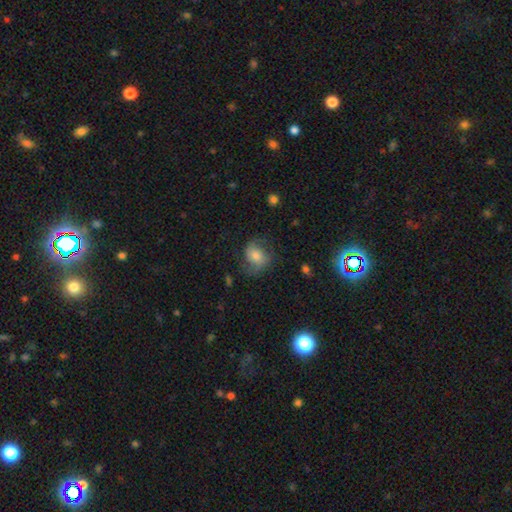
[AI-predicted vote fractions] Smooth or featured?
  - featured or disk: 50% *
  - smooth: 40%
  - star or artifact: 10%
Merging?
  - none: 64% *
  - minor disturbance: 21%
  - major disturbance: 13%
  - merger: 1%